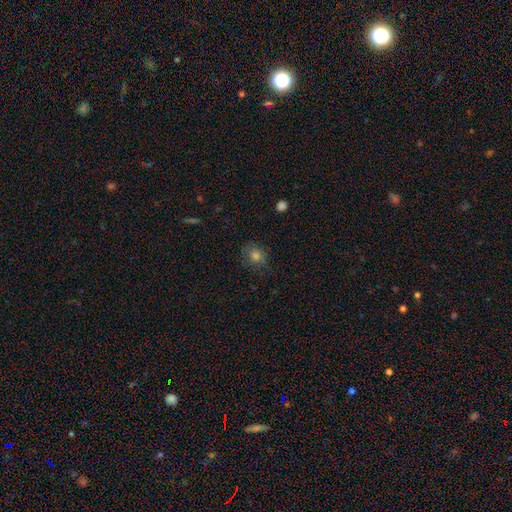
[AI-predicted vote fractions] This appears to be a smooth galaxy with no disk features (71%) that is round (69%). Merging: none (75%).